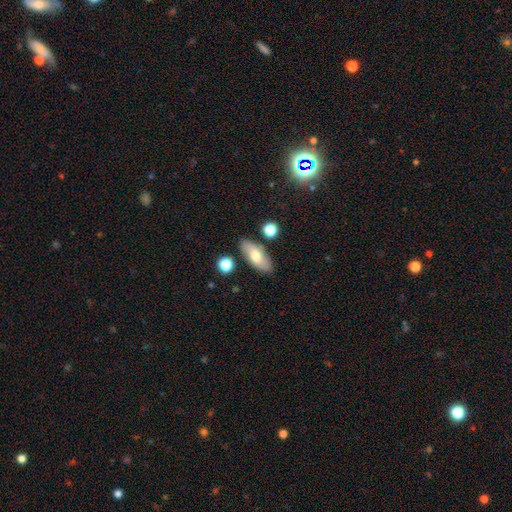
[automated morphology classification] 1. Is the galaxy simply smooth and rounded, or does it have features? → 67% smooth, 26% featured or disk, 7% star or artifact.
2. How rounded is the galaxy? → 83% in between, 13% cigar-shaped, 4% round.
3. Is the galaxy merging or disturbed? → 81% none, 12% minor disturbance, 5% merger, 3% major disturbance.